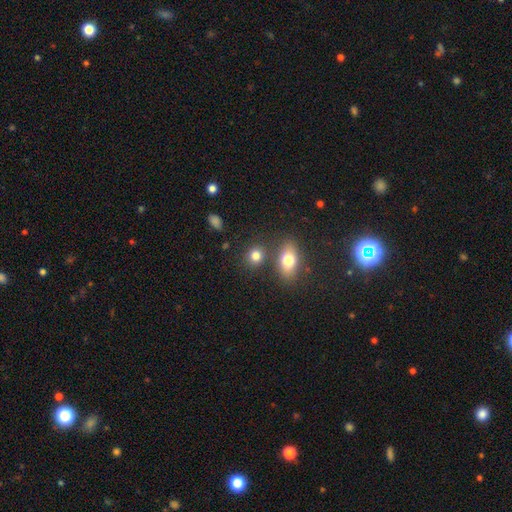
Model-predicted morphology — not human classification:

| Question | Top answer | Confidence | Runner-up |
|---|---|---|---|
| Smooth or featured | smooth | 80% | star or artifact (11%) |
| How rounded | round | 62% | in between (36%) |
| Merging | none | 74% | merger (13%) |